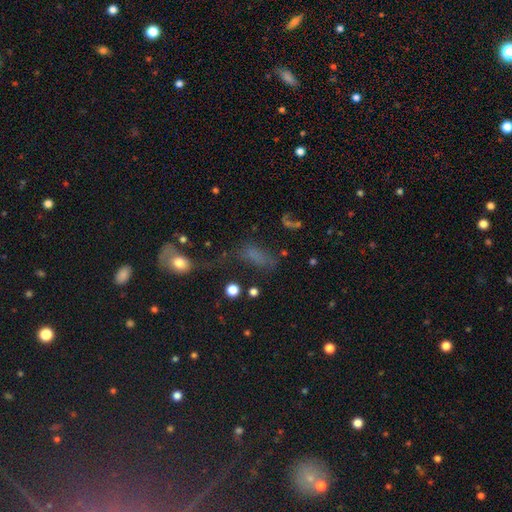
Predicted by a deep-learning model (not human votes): A smooth galaxy with no disk features (55%) that is in between round and cigar-shaped (70%). Merging: major disturbance (34%).